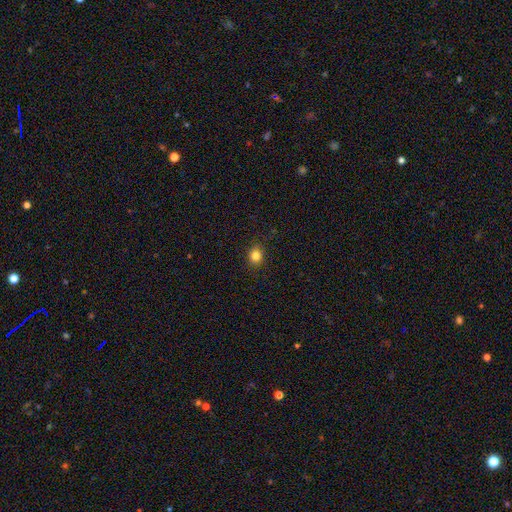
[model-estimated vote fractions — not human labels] Q: Smooth or featured?
A: smooth (83%); runner-up: star or artifact (12%)
Q: How rounded?
A: round (71%); runner-up: in between (28%)
Q: Merging?
A: none (89%); runner-up: minor disturbance (8%)